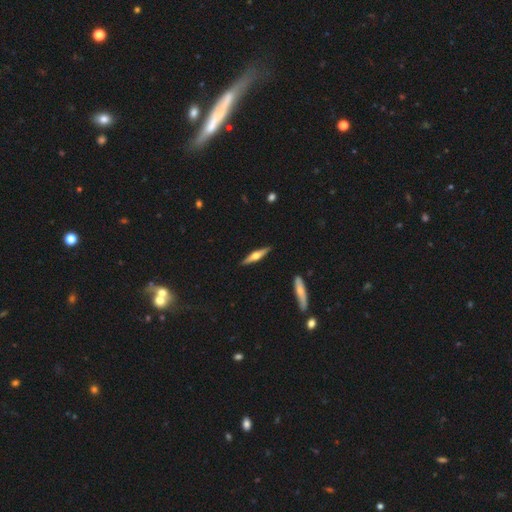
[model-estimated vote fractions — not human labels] featured or disk 63%, smooth 32%, star or artifact 5%. Down the decision tree: edge-on disk — yes (96%); edge-on bulge — rounded (94%); merging — none (90%).